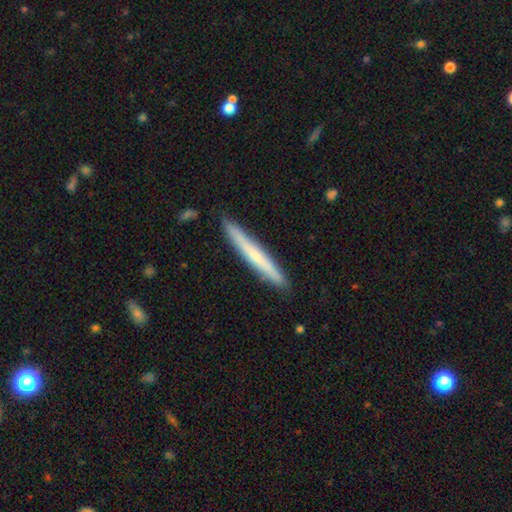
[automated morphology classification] A smooth galaxy with no disk features (52%) that is cigar-shaped (96%). Merging: none (90%).